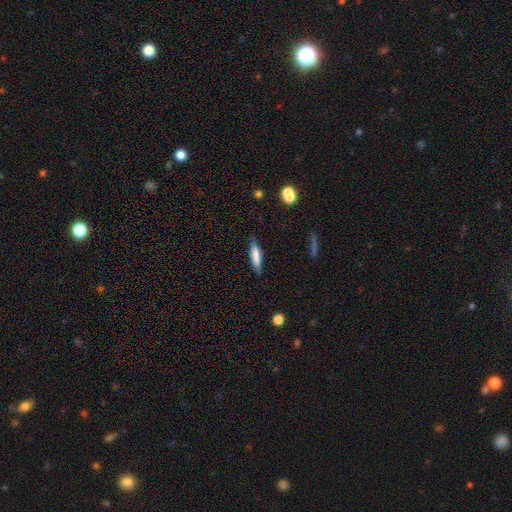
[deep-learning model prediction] Smooth or featured: smooth — 70% (featured or disk — 23%)
How rounded: cigar-shaped — 77% (in between — 21%)
Merging: none — 83% (minor disturbance — 13%)